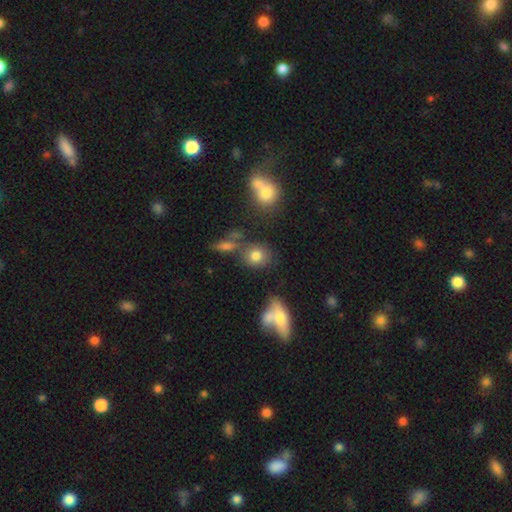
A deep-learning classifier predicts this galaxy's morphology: The model was most divided on "how rounded": round: 68%, in between: 31%, cigar-shaped: 2%. More confident: smooth or featured — smooth (78%); merging — none (62%).